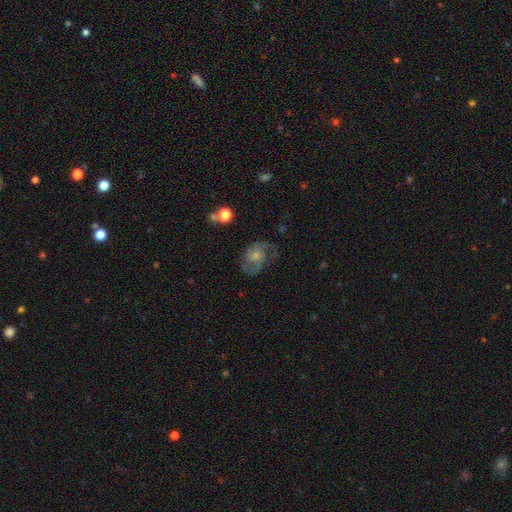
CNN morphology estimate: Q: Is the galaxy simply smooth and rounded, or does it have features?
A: featured or disk — 54%.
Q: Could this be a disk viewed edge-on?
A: no — 97%.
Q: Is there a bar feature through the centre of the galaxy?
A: no — 74%.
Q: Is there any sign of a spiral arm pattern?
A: yes — 76%.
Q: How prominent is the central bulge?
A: moderate — 41%.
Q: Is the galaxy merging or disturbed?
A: none — 48%.